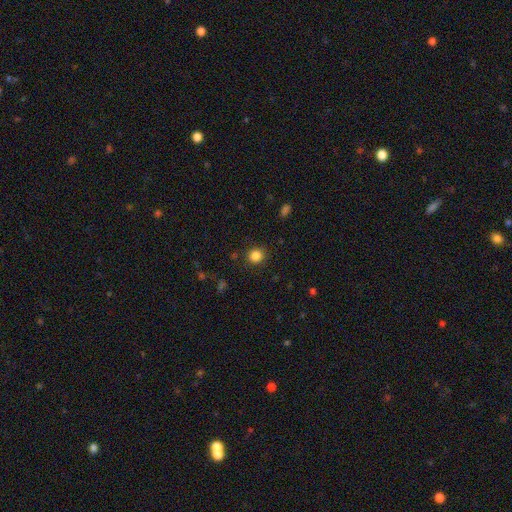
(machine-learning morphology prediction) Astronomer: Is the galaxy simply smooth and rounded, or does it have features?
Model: smooth — 84%.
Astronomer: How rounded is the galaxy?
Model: round — 86%.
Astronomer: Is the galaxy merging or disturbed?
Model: none — 89%.